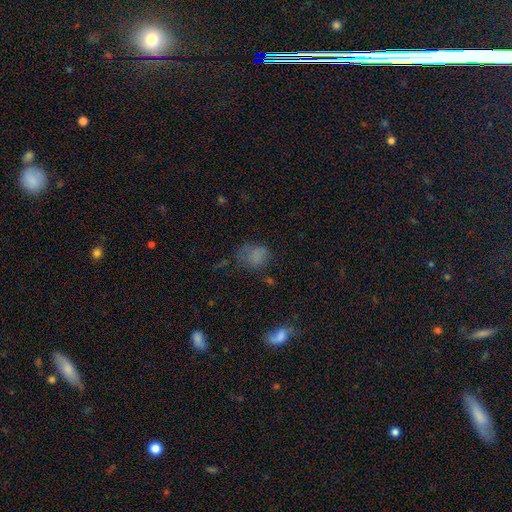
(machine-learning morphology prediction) Overall: smooth (69%). How rounded: round (52%; in between 47%). Merging: none (45%; minor disturbance 27%).